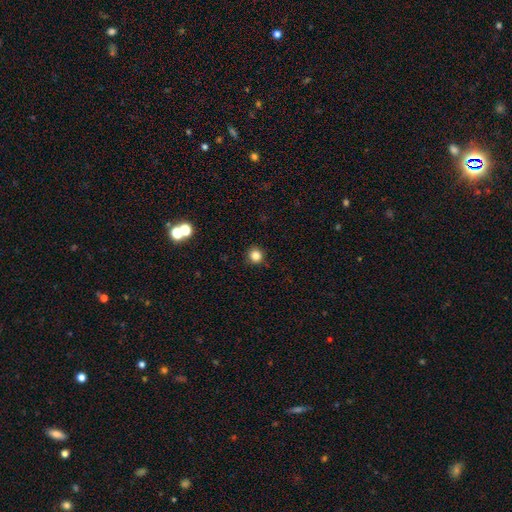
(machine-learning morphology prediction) A smooth galaxy with no disk features (84%) that is round (92%). Merging: none (90%).